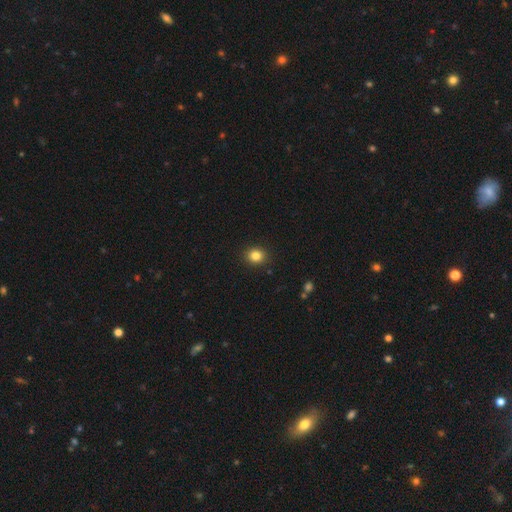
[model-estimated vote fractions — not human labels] This appears to be a smooth galaxy with no disk features (83%) that is round (75%). Merging: none (91%).